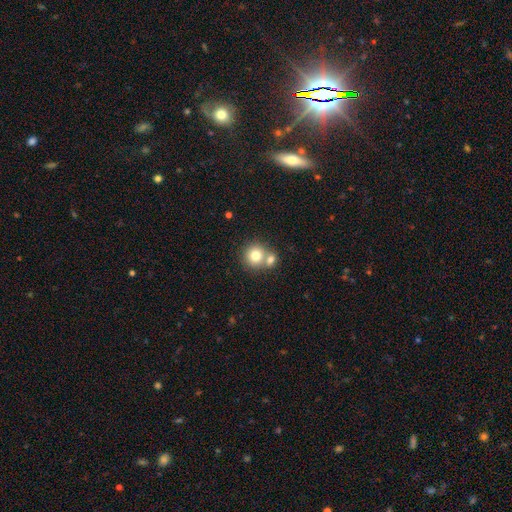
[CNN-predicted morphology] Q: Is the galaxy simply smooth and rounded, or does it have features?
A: smooth — 76%.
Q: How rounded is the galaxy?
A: round — 89%.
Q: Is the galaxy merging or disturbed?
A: none — 48%.